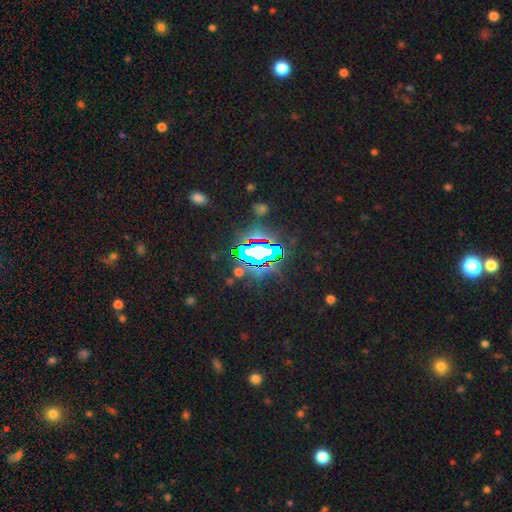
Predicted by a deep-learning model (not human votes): Overall: star or artifact (84%).